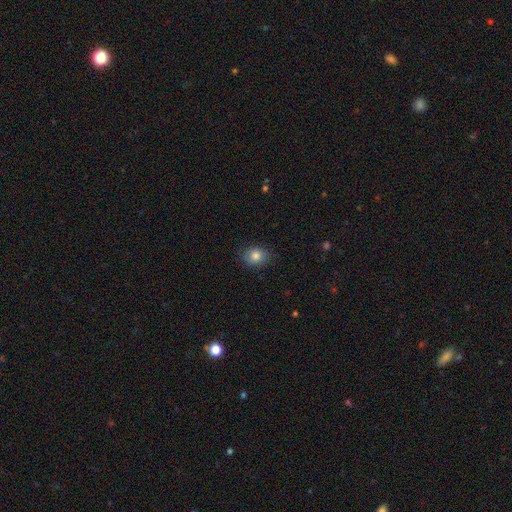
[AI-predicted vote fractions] Morphology: type=smooth (82%); roundness=round (54%); merging=none (85%).